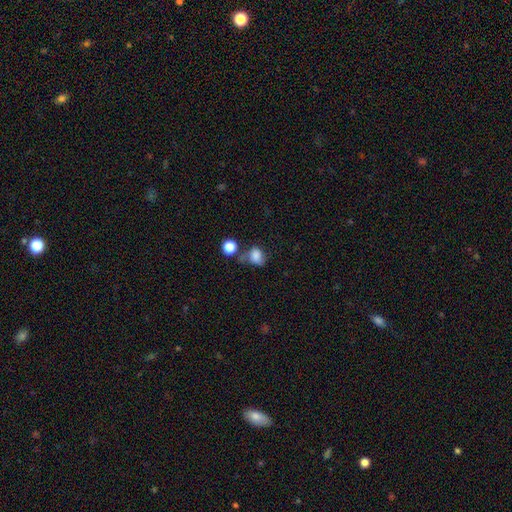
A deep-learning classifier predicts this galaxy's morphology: Overall: smooth (77%). How rounded: in between (50%; round 49%). Merging: none (36%; minor disturbance 26%).